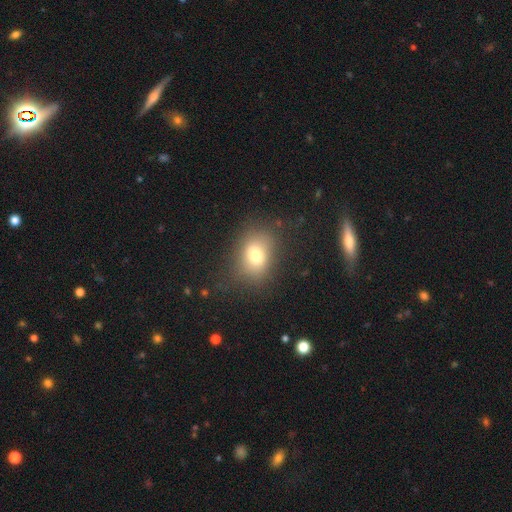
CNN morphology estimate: smooth_or_featured: smooth (p=0.74) [alt: featured or disk p=0.14]
how_rounded: in between (p=0.65) [alt: round p=0.34]
merging: none (p=0.74) [alt: minor disturbance p=0.16]